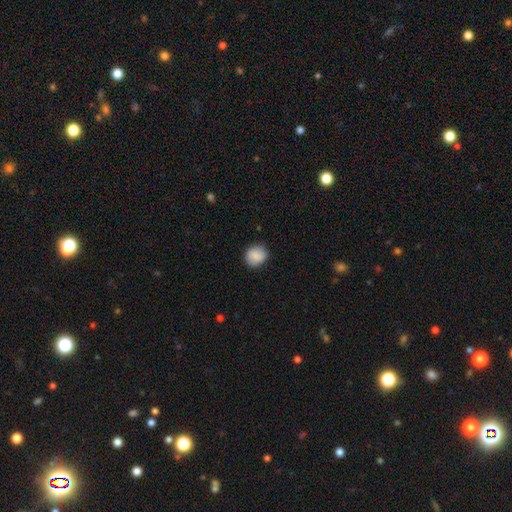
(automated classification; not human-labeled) Smooth or featured? Predicted: smooth (p=0.84). How rounded? Predicted: round (p=0.81). Merging? Predicted: none (p=0.87).